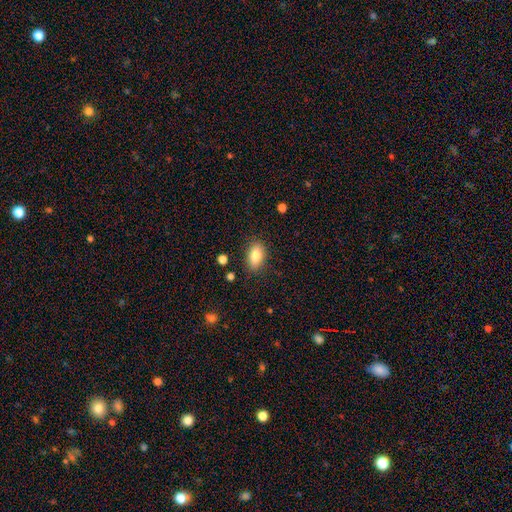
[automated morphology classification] This appears to be a smooth galaxy with no disk features (82%) that is in between round and cigar-shaped (89%). Merging: none (84%).